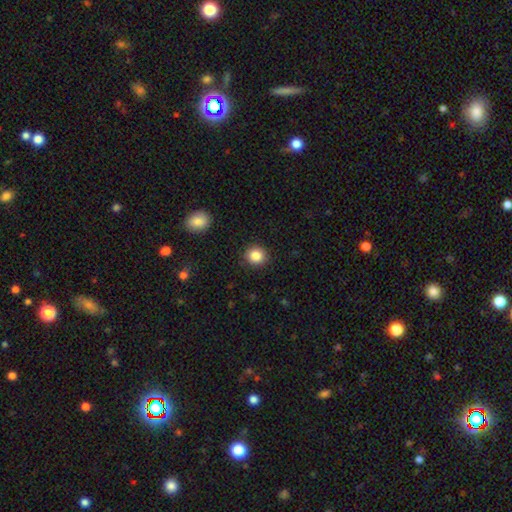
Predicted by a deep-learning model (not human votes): smooth-or-featured: smooth: 86% | star or artifact: 10% | featured or disk: 5%
  how-rounded: round: 87% | in between: 12% | cigar-shaped: 1%
  merging: none: 90% | minor disturbance: 7% | major disturbance: 2% | merger: 1%